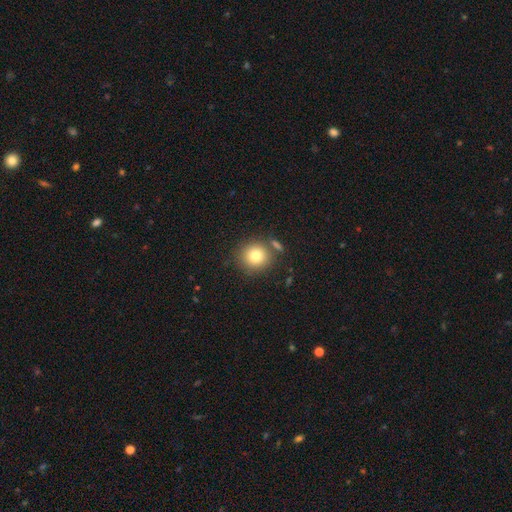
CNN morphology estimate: Smooth or featured: smooth — 79% (star or artifact — 11%)
How rounded: round — 89% (in between — 10%)
Merging: none — 76% (merger — 11%)